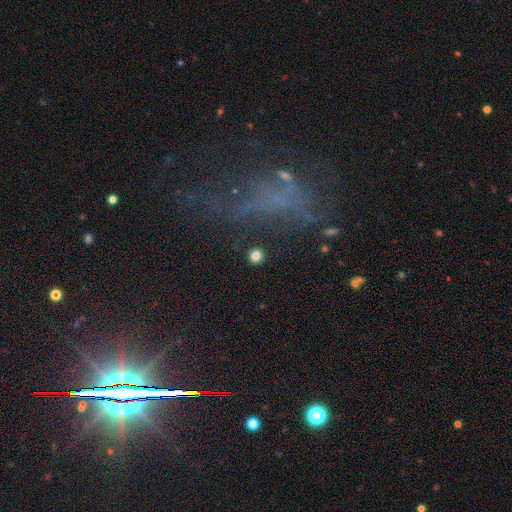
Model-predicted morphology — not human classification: smooth-or-featured: smooth: 81% | star or artifact: 12% | featured or disk: 6%
  how-rounded: round: 91% | in between: 8% | cigar-shaped: 1%
  merging: none: 89% | minor disturbance: 6% | major disturbance: 3% | merger: 2%